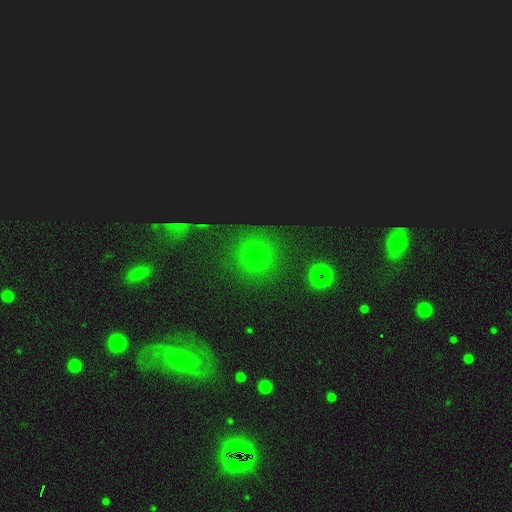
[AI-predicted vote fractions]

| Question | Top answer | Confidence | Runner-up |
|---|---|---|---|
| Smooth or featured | smooth | 63% | star or artifact (27%) |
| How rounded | round | 93% | in between (6%) |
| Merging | none | 82% | minor disturbance (9%) |